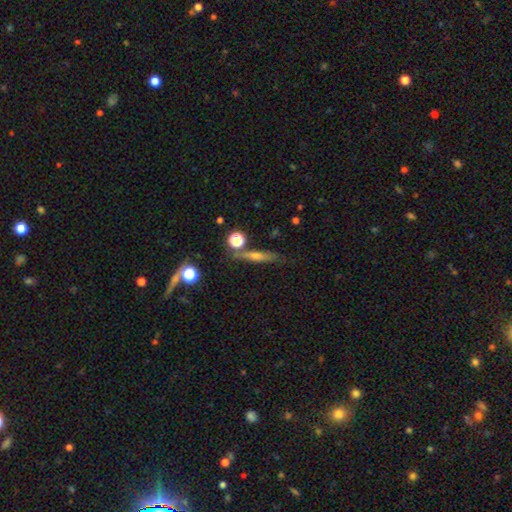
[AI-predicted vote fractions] Smooth or featured?
  - featured or disk: 49% *
  - smooth: 38%
  - star or artifact: 13%
Merging?
  - none: 76% *
  - minor disturbance: 13%
  - merger: 7%
  - major disturbance: 4%